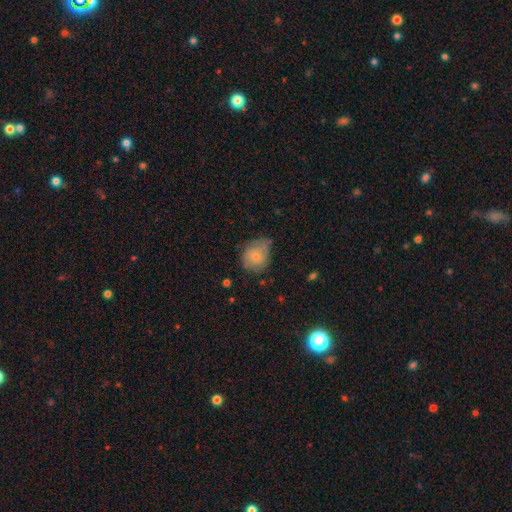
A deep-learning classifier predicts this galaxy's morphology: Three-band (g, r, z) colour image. It shows a smooth galaxy with no disk features (65%) that is round (68%). Merging: none (51%).